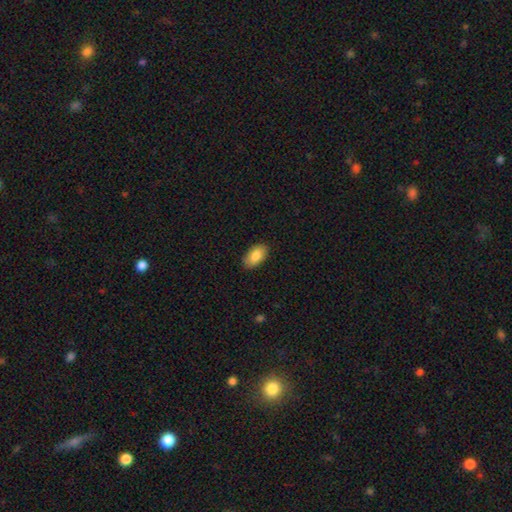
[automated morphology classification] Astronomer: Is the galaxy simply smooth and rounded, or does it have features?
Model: smooth — 86%.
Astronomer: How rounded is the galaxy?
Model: in between — 94%.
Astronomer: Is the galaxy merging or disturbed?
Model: none — 88%.